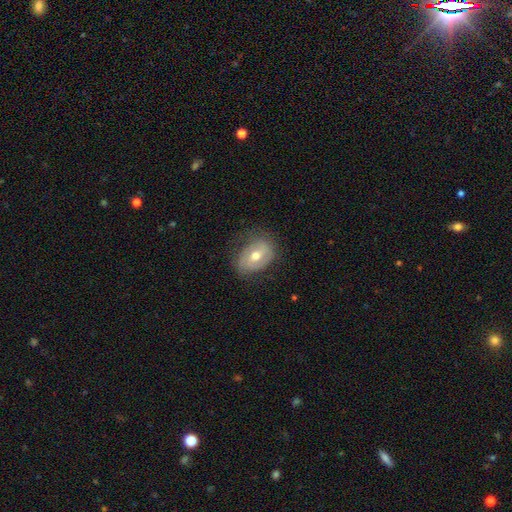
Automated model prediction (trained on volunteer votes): Q: Smooth or featured?
A: featured or disk (48%); runner-up: smooth (45%)
Q: Merging?
A: none (65%); runner-up: minor disturbance (25%)